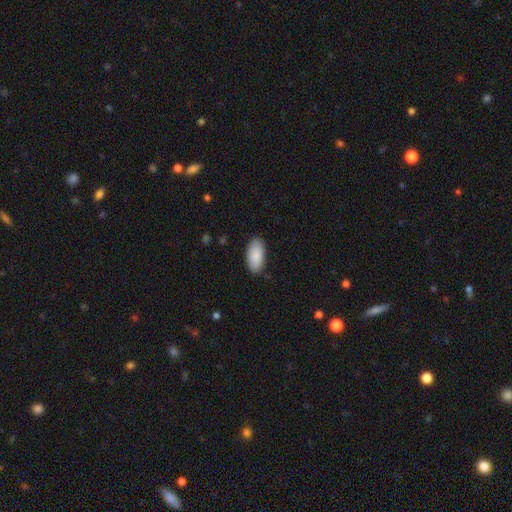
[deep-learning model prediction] smooth 89%, featured or disk 6%, star or artifact 6%. Down the decision tree: how rounded — in between (94%); merging — none (85%).